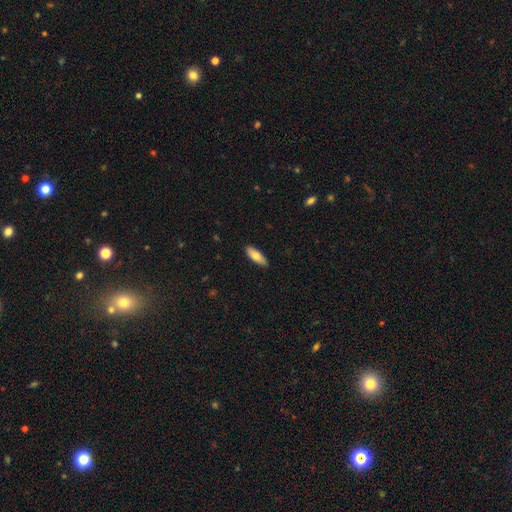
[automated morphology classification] smooth-or-featured: smooth: 74% | featured or disk: 20% | star or artifact: 6%
  how-rounded: in between: 62% | cigar-shaped: 36% | round: 2%
  merging: none: 88% | minor disturbance: 9% | major disturbance: 2% | merger: 1%